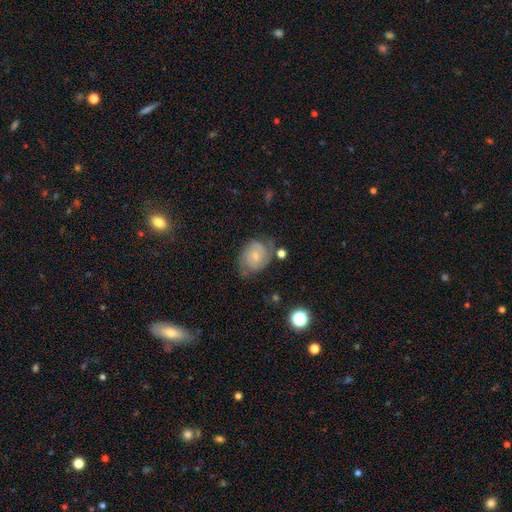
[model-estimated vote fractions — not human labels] Q: Smooth or featured?
A: featured or disk (72%); runner-up: smooth (21%)
Q: Edge-on disk?
A: no (97%); runner-up: yes (3%)
Q: Bar?
A: no (59%); runner-up: weak (35%)
Q: Spiral arms?
A: yes (91%); runner-up: no (9%)
Q: Spiral winding?
A: tight (54%); runner-up: medium (36%)
Q: Spiral arm count?
A: 2 (67%); runner-up: can't tell (18%)
Q: Bulge size?
A: small (66%); runner-up: moderate (28%)
Q: Merging?
A: none (62%); runner-up: minor disturbance (23%)